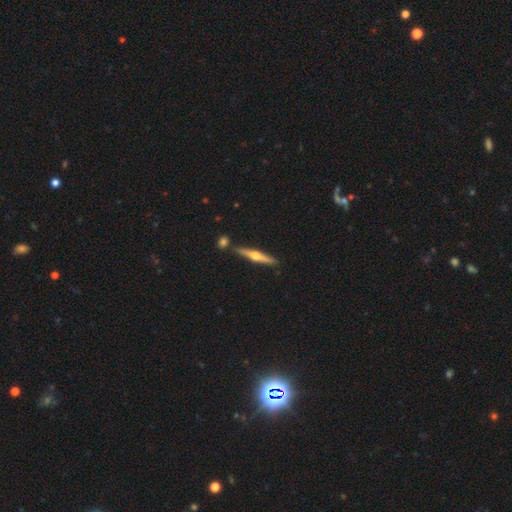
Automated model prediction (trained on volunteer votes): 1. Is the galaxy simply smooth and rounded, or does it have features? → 64% featured or disk, 31% smooth, 5% star or artifact.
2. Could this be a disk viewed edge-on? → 97% yes, 3% no.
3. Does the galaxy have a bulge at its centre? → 93% rounded, 4% none, 3% boxy.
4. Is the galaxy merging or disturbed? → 84% none, 8% minor disturbance, 6% merger, 2% major disturbance.